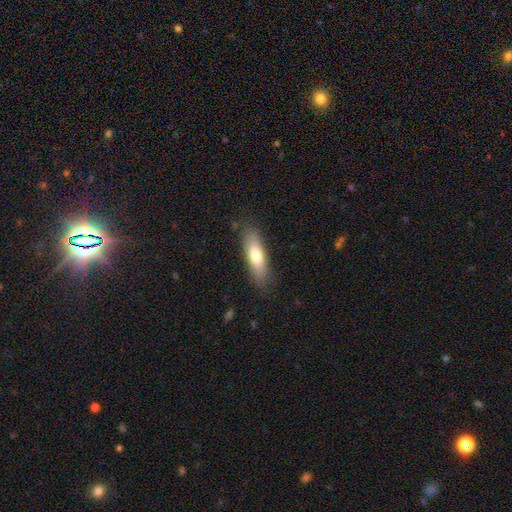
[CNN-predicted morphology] Smooth or featured? smooth (72%)
How rounded? cigar-shaped (55%)
Merging? none (83%)